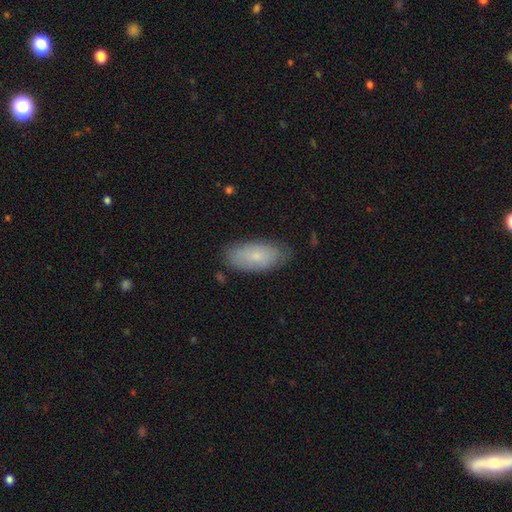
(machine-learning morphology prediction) Overall: smooth (73%). How rounded: in between (92%). Merging: none (76%).